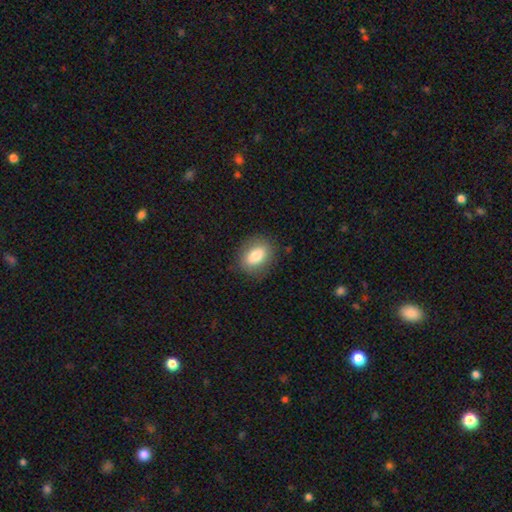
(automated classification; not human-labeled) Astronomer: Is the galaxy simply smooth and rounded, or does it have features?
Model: smooth — 79%.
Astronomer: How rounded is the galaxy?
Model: in between — 68%.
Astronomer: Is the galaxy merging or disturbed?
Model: none — 83%.